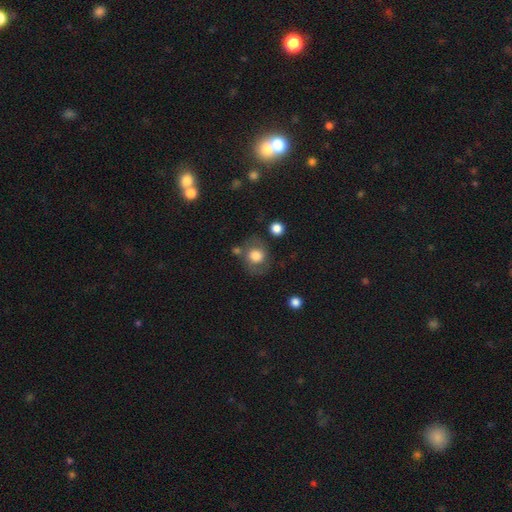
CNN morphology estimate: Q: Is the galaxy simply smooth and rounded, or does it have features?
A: smooth — 71%.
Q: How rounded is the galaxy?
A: round — 75%.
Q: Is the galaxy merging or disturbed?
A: none — 65%.